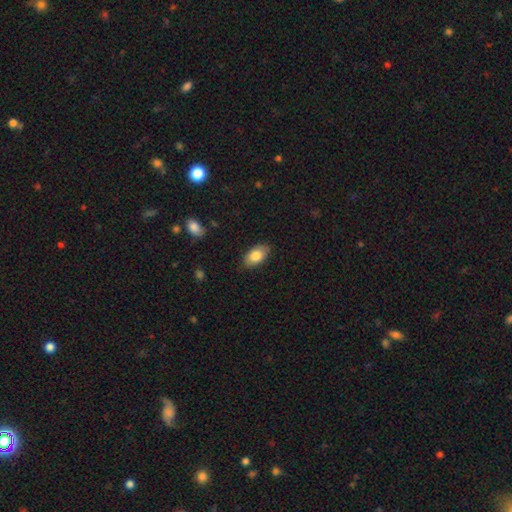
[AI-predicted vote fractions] The model was most divided on "merging": none: 84%, minor disturbance: 13%, major disturbance: 2%, merger: 1%. More confident: how rounded — in between (92%); smooth or featured — smooth (83%).